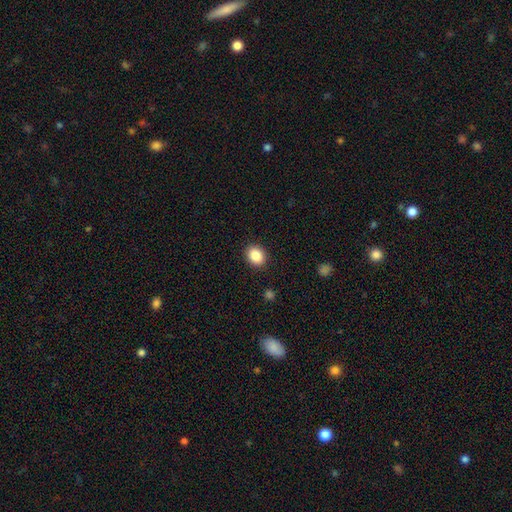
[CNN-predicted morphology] Q: Smooth or featured?
A: smooth (86%); runner-up: star or artifact (9%)
Q: How rounded?
A: round (58%); runner-up: in between (41%)
Q: Merging?
A: none (90%); runner-up: minor disturbance (7%)